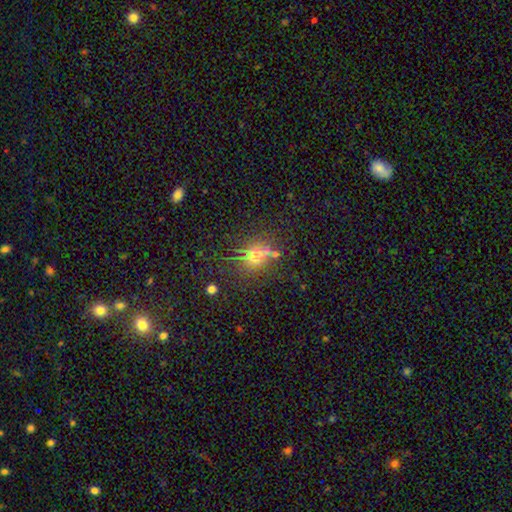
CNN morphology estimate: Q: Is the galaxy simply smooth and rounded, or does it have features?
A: smooth — 52%.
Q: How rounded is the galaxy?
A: round — 69%.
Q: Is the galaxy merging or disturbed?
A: none — 70%.